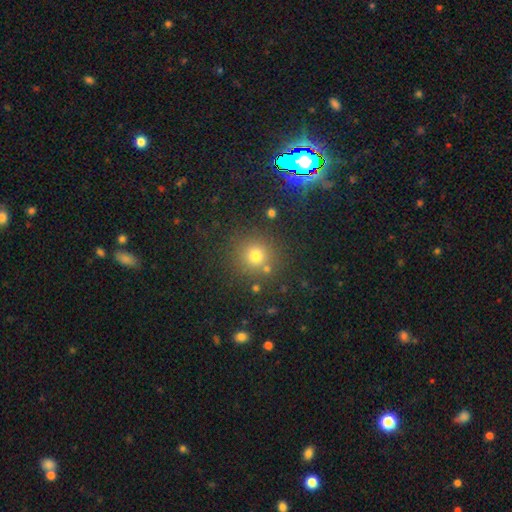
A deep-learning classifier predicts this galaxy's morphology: smooth_or_featured: smooth (p=0.73) [alt: star or artifact p=0.19]
how_rounded: round (p=0.92) [alt: in between p=0.07]
merging: none (p=0.82) [alt: minor disturbance p=0.08]